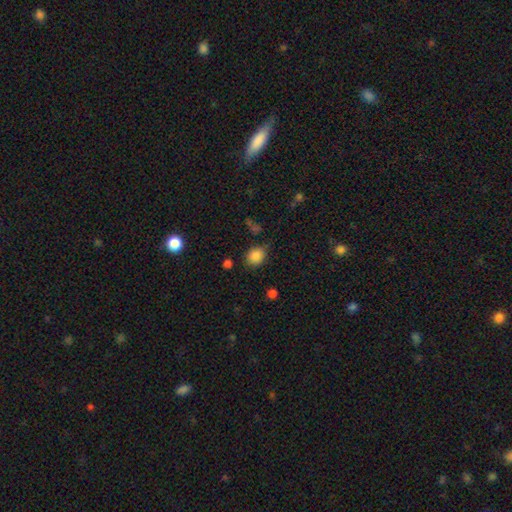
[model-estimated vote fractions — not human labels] Smooth or featured: smooth — 84% (star or artifact — 11%)
How rounded: round — 59% (in between — 40%)
Merging: none — 70% (minor disturbance — 21%)